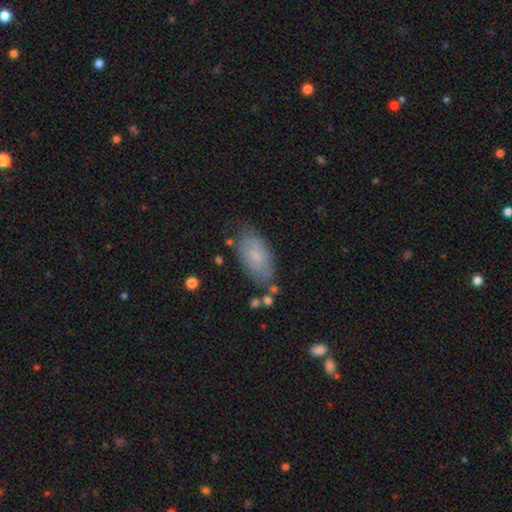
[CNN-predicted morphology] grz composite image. It shows a smooth galaxy with no disk features (71%) that is in between round and cigar-shaped (92%). Merging: none (68%).